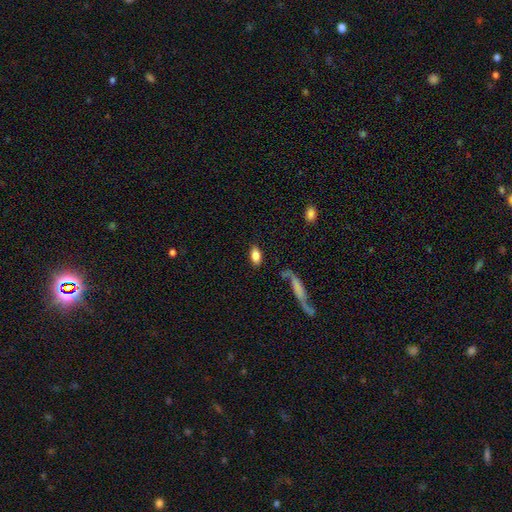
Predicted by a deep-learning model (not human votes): This appears to be a smooth galaxy with no disk features (84%) that is in between round and cigar-shaped (92%). Merging: none (81%).